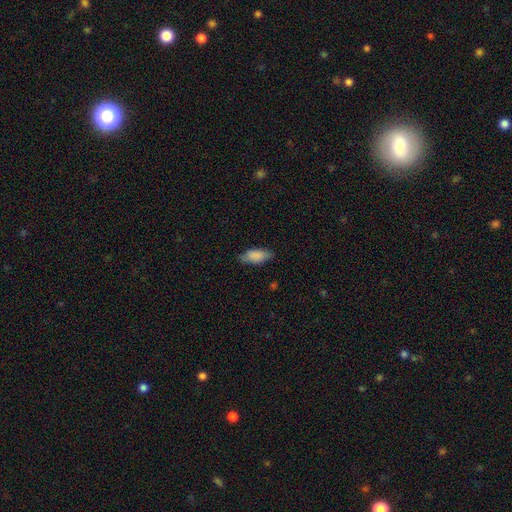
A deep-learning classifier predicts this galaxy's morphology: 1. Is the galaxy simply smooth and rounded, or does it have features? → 85% smooth, 9% featured or disk, 6% star or artifact.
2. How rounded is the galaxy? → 81% in between, 17% cigar-shaped, 2% round.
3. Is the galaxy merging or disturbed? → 75% none, 20% minor disturbance, 4% major disturbance, 1% merger.